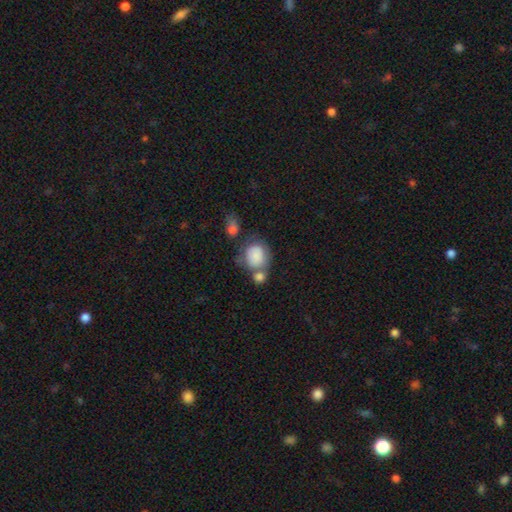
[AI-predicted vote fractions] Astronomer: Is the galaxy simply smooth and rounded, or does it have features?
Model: smooth — 82%.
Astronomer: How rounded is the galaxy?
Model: round — 61% (runner-up: in between, 37%).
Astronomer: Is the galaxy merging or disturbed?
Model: none — 39% (runner-up: merger, 37%).